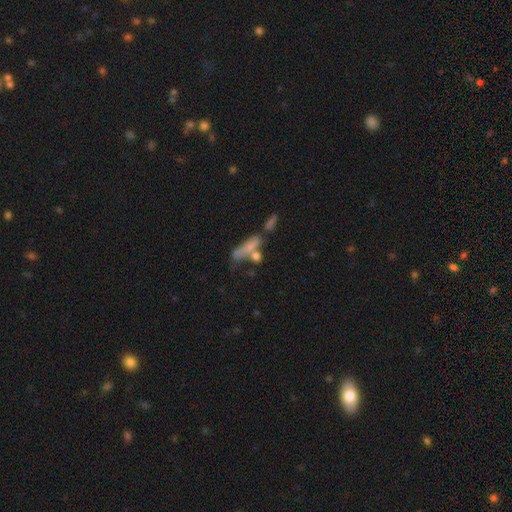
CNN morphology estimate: This appears to be a smooth galaxy with no disk features (67%) that is in between round and cigar-shaped (44%). Merging: none (37%).